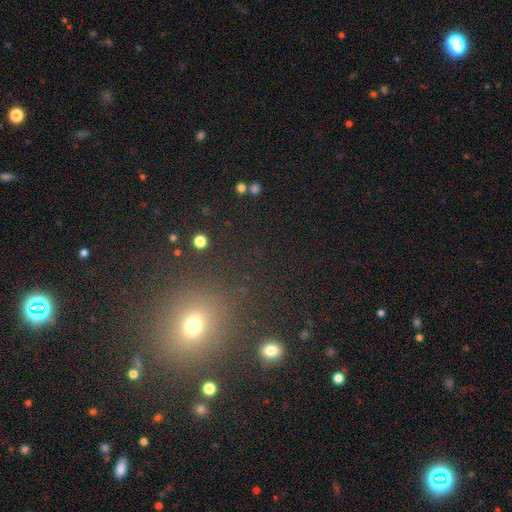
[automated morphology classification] A smooth galaxy with no disk features (50%) that is round (73%). Merging: none (88%).